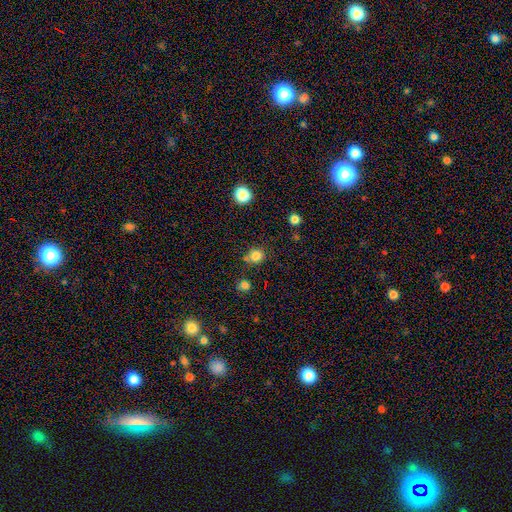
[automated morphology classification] Q: Smooth or featured?
A: smooth (80%); runner-up: star or artifact (14%)
Q: How rounded?
A: round (84%); runner-up: in between (15%)
Q: Merging?
A: none (71%); runner-up: minor disturbance (16%)